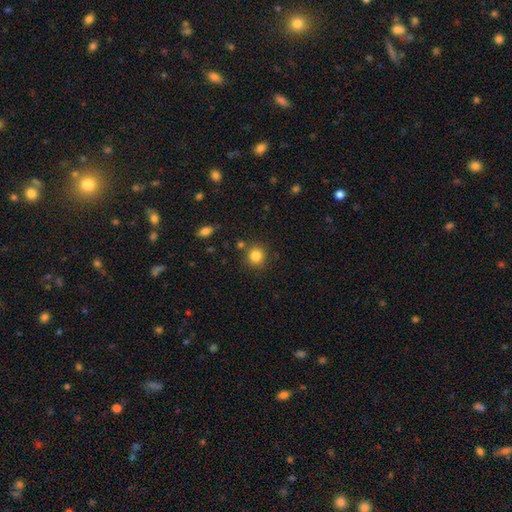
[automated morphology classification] smooth_or_featured: smooth (p=0.84) [alt: star or artifact p=0.11]
how_rounded: round (p=0.87) [alt: in between p=0.12]
merging: none (p=0.82) [alt: minor disturbance p=0.09]